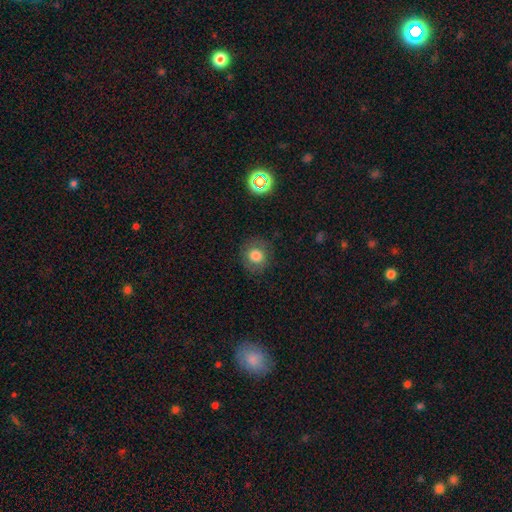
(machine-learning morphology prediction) Smooth or featured? Predicted: smooth (p=0.79). How rounded? Predicted: round (p=0.86). Merging? Predicted: none (p=0.83).